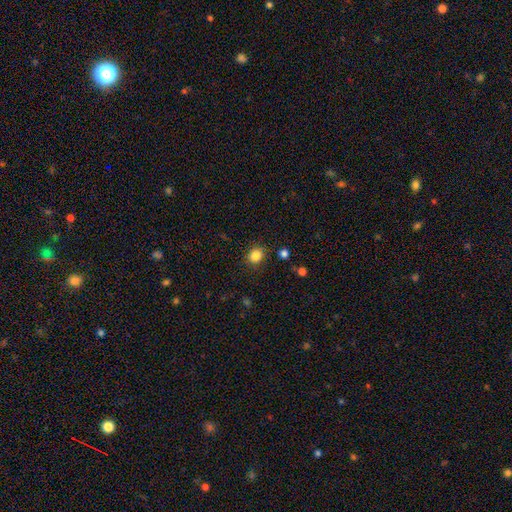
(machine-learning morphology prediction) Smooth or featured? smooth (84%)
How rounded? round (75%)
Merging? none (86%)